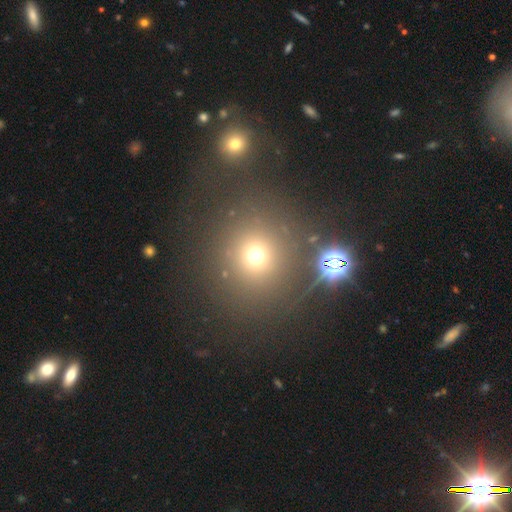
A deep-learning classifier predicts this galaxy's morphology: Smooth or featured? smooth (66%)
How rounded? round (91%)
Merging? none (82%)